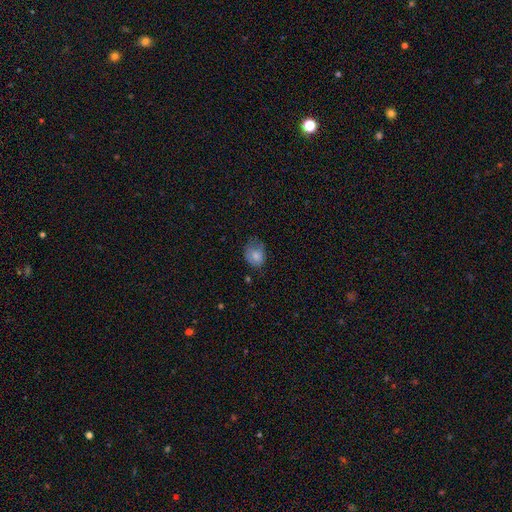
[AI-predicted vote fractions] The model was most divided on "how rounded": round: 52%, in between: 47%, cigar-shaped: 1%. Remaining: smooth or featured — smooth (78%); merging — none (48%).